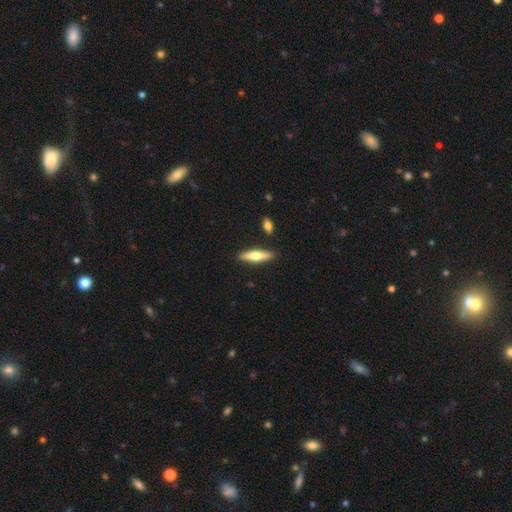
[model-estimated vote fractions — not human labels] A featured or disk galaxy (51%) viewed edge-on (94%). Merging: none (88%).